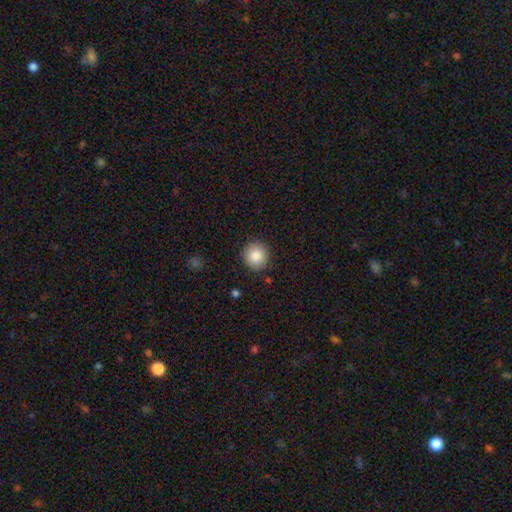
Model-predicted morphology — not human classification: A smooth galaxy with no disk features (85%) that is round (92%).

Vote fractions:
- Smooth or featured? smooth: 85% / star or artifact: 9% / featured or disk: 6%
- How rounded? round: 92% / in between: 8% / cigar-shaped: 1%
- Merging? none: 89% / minor disturbance: 7% / major disturbance: 2% / merger: 1%